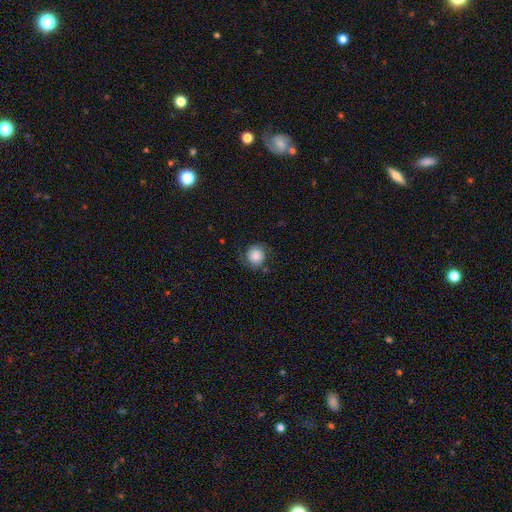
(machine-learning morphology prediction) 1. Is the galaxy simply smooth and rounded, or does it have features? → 72% smooth, 20% featured or disk, 9% star or artifact.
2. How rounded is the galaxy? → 88% round, 12% in between, 1% cigar-shaped.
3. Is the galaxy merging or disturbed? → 72% none, 19% minor disturbance, 8% major disturbance, 2% merger.